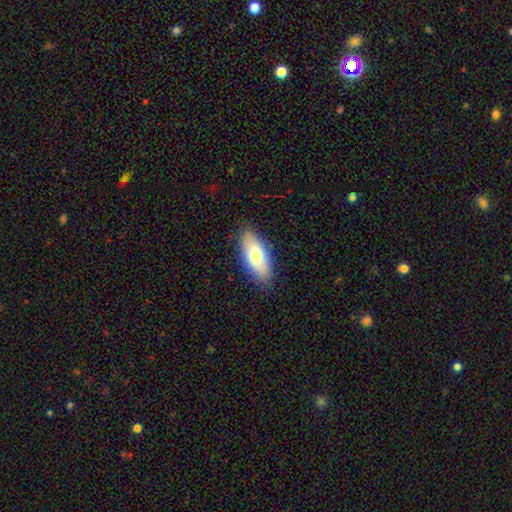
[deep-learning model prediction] smooth-or-featured: smooth: 72% | featured or disk: 22% | star or artifact: 6%
  how-rounded: in between: 85% | cigar-shaped: 12% | round: 3%
  merging: none: 86% | minor disturbance: 11% | major disturbance: 2% | merger: 1%